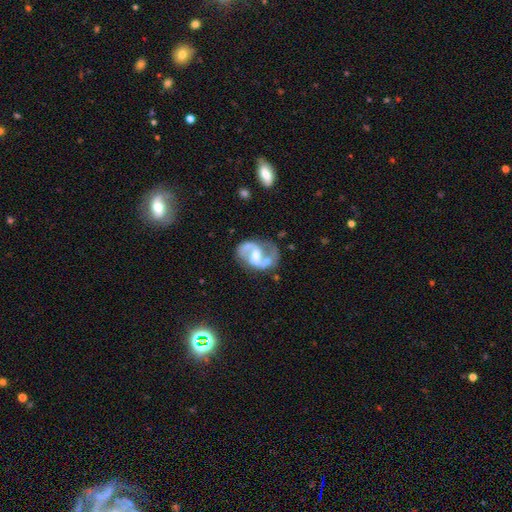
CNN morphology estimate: Smooth or featured? featured or disk (82%)
Edge-on disk? no (97%)
Bar? weak (45%)
Spiral arms? yes (88%)
Spiral winding? medium (51%)
Spiral arm count? 2 (86%)
Bulge size? moderate (57%)
Merging? none (53%)